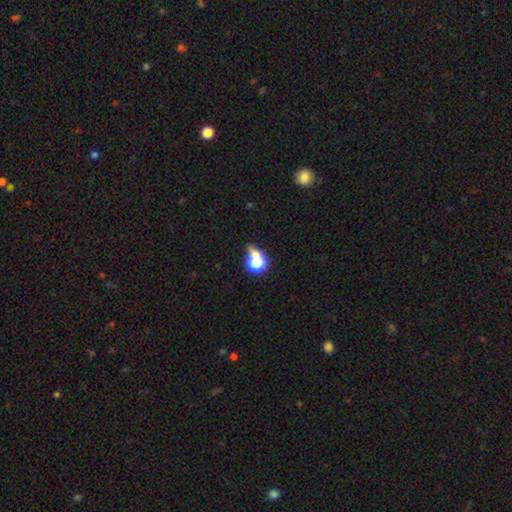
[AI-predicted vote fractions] This appears to be a smooth galaxy with no disk features (63%) that is round (58%). Merging: none (39%).